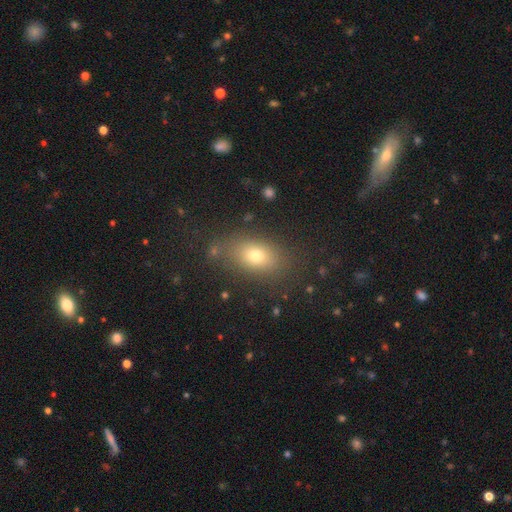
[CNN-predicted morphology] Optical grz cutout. It shows a smooth galaxy with no disk features (71%) that is in between round and cigar-shaped (77%). Merging: none (78%).